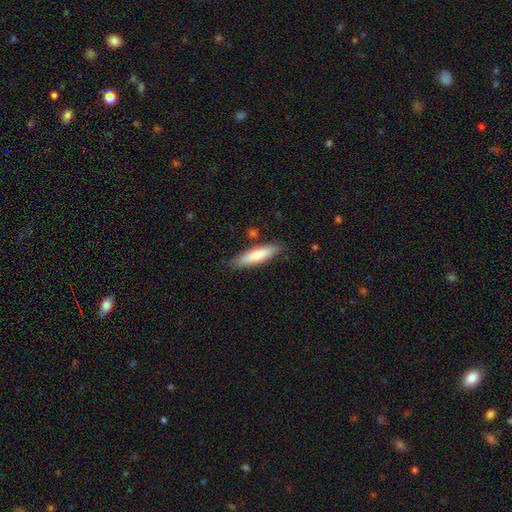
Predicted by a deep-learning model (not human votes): A smooth galaxy with no disk features (73%) that is cigar-shaped (77%).

Vote fractions:
- Smooth or featured? smooth: 73% / featured or disk: 21% / star or artifact: 6%
- How rounded? cigar-shaped: 77% / in between: 22% / round: 1%
- Merging? none: 83% / minor disturbance: 12% / merger: 3% / major disturbance: 2%